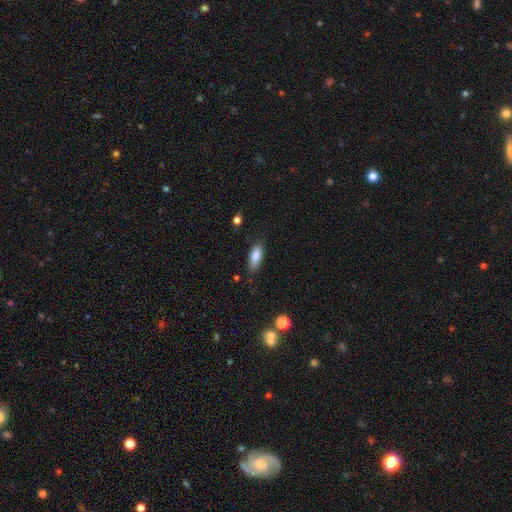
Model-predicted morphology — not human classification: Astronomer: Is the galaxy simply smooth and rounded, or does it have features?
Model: smooth — 83%.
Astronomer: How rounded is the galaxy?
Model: in between — 78%.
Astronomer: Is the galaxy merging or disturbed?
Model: none — 78%.